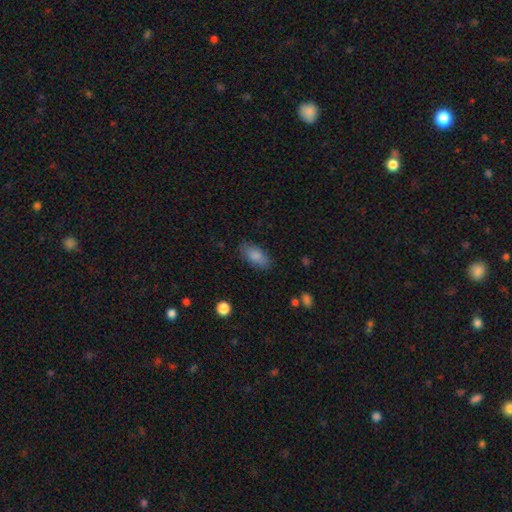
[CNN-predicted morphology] A smooth galaxy with no disk features (85%) that is in between round and cigar-shaped (90%).

Vote fractions:
- Smooth or featured? smooth: 85% / featured or disk: 8% / star or artifact: 7%
- How rounded? in between: 90% / cigar-shaped: 7% / round: 3%
- Merging? none: 81% / minor disturbance: 14% / major disturbance: 4% / merger: 1%